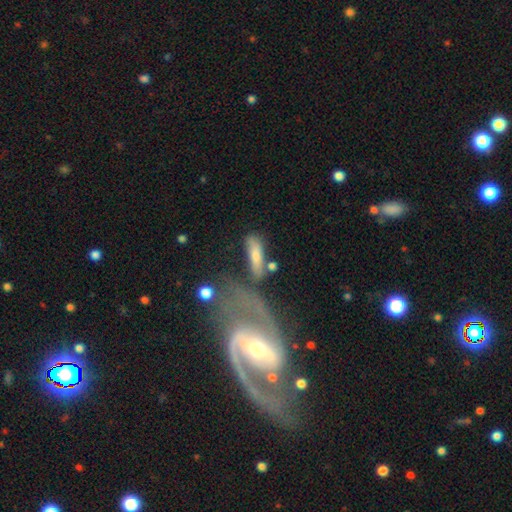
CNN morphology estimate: A featured or disk galaxy (71%) with a weak bar (43%), 2 (86%) medium (46%) spiral arms (87%) and a moderate central bulge (47%). Merging: none (49%).